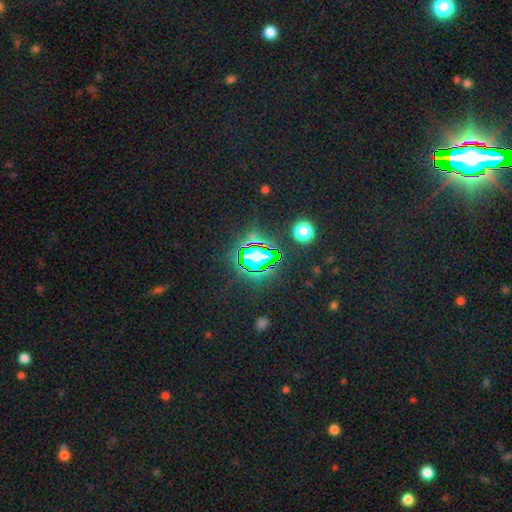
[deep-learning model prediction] Smooth or featured?
  - star or artifact: 78% *
  - smooth: 15%
  - featured or disk: 7%